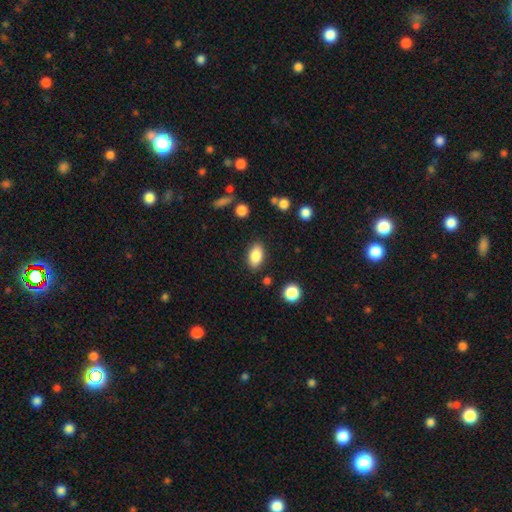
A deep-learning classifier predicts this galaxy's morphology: This is clearly a smooth galaxy (86%). How rounded: clearly in between (91%). Merging: clearly none (84%).